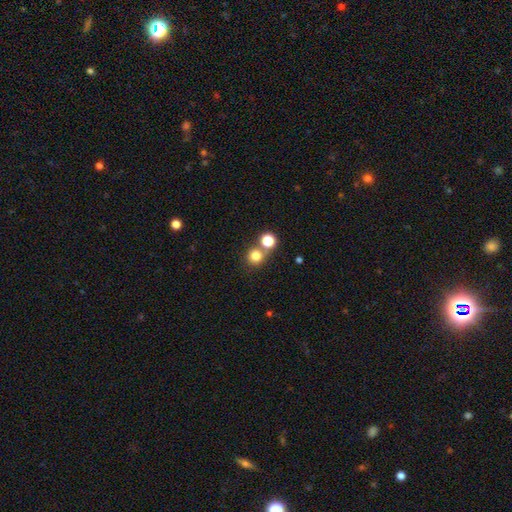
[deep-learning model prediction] The model was most divided on "merging": none: 61%, merger: 29%, minor disturbance: 7%, major disturbance: 3%. More confident: how rounded — round (91%); smooth or featured — smooth (79%).